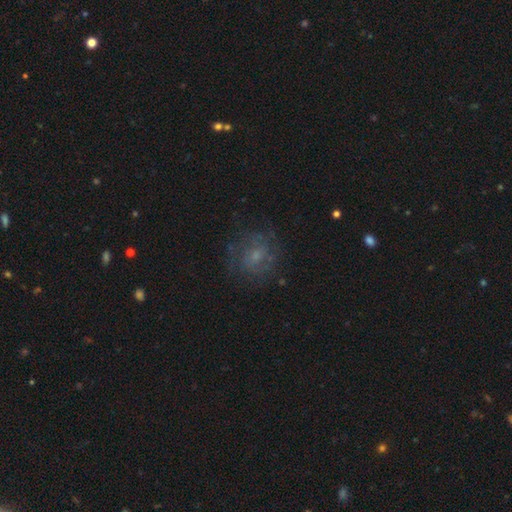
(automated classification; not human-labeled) This appears to be a smooth galaxy with no disk features (41%, tied with featured or disk). Merging: none (72%).